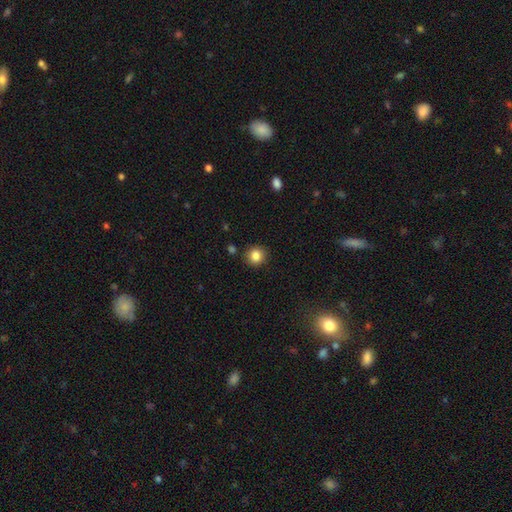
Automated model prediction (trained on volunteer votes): Smooth or featured?
  - smooth: 85% *
  - star or artifact: 10%
  - featured or disk: 5%
How rounded?
  - round: 87% *
  - in between: 12%
  - cigar-shaped: 1%
Merging?
  - none: 88% *
  - minor disturbance: 8%
  - merger: 2%
  - major disturbance: 2%